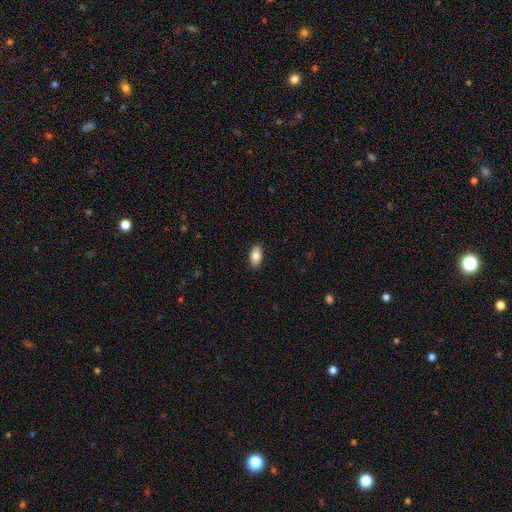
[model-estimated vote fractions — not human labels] Overall: smooth (83%). How rounded: in between (92%). Merging: none (89%).